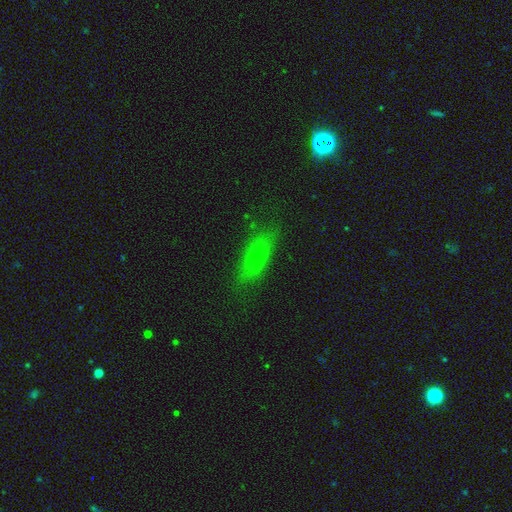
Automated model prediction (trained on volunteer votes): Smooth or featured?
  - smooth: 63% *
  - featured or disk: 24%
  - star or artifact: 14%
How rounded?
  - in between: 57% *
  - cigar-shaped: 39%
  - round: 4%
Merging?
  - none: 74% *
  - minor disturbance: 18%
  - major disturbance: 6%
  - merger: 2%